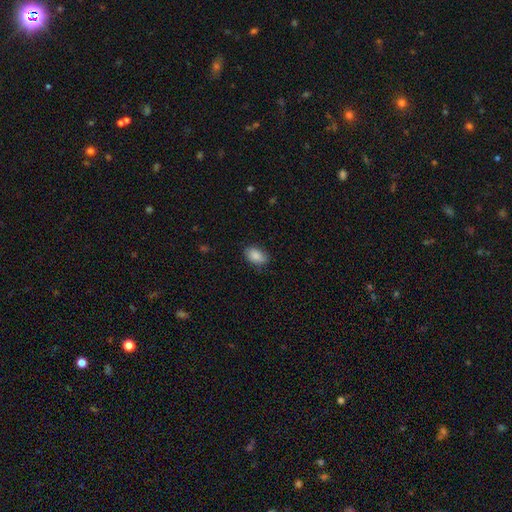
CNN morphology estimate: smooth 87%, star or artifact 7%, featured or disk 6%. Down the decision tree: how rounded — in between (91%); merging — none (78%).